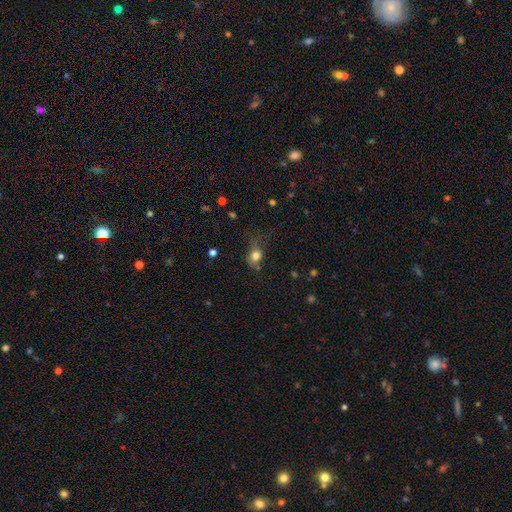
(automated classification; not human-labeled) This appears to be a smooth galaxy with no disk features (77%) that is round (52%). Merging: none (46%).